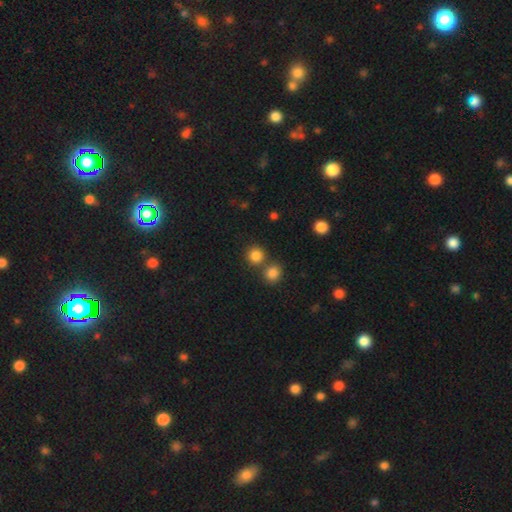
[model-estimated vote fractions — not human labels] Smooth or featured?
  - smooth: 83% *
  - star or artifact: 12%
  - featured or disk: 5%
How rounded?
  - round: 91% *
  - in between: 8%
  - cigar-shaped: 1%
Merging?
  - none: 68% *
  - merger: 23%
  - minor disturbance: 7%
  - major disturbance: 2%